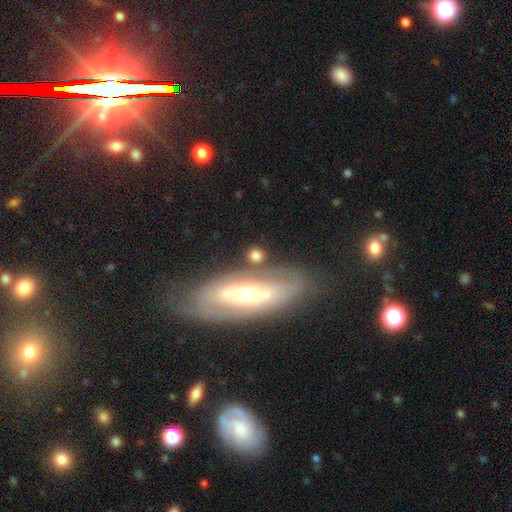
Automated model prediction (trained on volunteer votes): Smooth or featured? Predicted: smooth (p=0.63). How rounded? Predicted: round (p=0.55). Merging? Predicted: none (p=0.68).